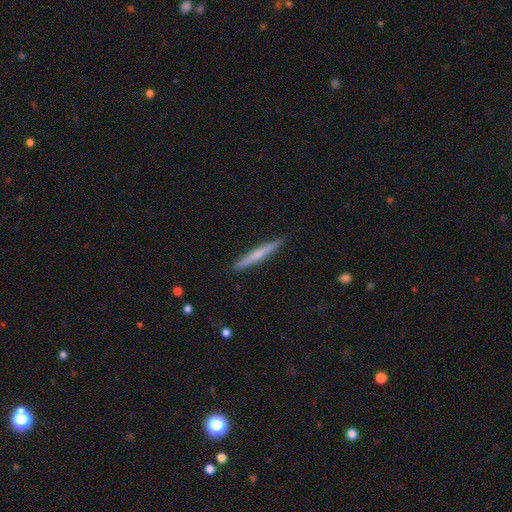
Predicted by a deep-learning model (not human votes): Q: Smooth or featured?
A: smooth (56%); runner-up: featured or disk (38%)
Q: How rounded?
A: cigar-shaped (96%); runner-up: in between (2%)
Q: Merging?
A: none (92%); runner-up: minor disturbance (6%)